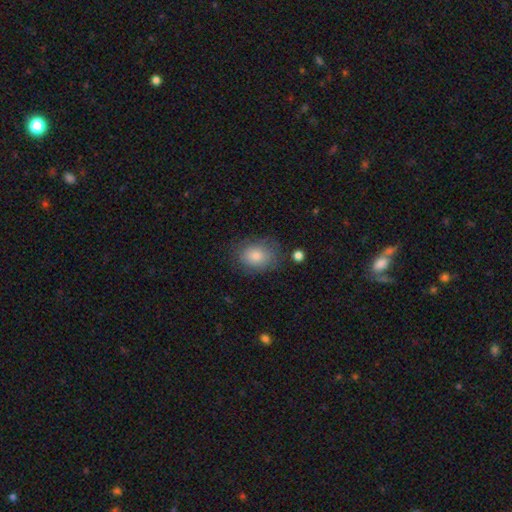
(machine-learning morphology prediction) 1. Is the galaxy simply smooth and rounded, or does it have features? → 81% smooth, 10% featured or disk, 8% star or artifact.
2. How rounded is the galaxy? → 62% in between, 37% round, 1% cigar-shaped.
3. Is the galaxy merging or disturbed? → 72% none, 20% minor disturbance, 6% major disturbance, 2% merger.